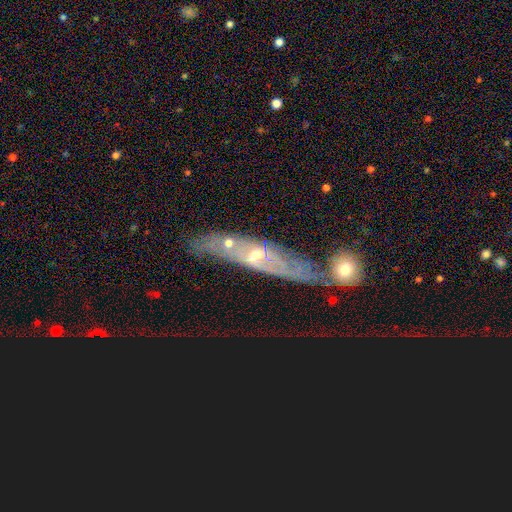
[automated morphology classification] A featured or disk galaxy (69%).

Vote fractions:
- Smooth or featured? featured or disk: 69% / smooth: 15% / star or artifact: 15%
- Edge-on disk? no: 61% / yes: 39%
- Merging? none: 62% / minor disturbance: 17% / merger: 12% / major disturbance: 8%